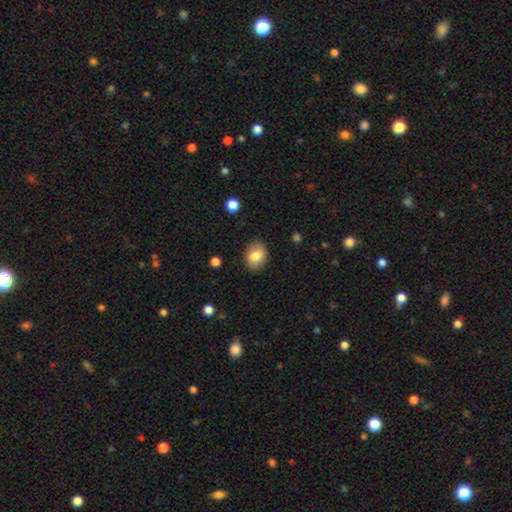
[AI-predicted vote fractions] This appears to be a smooth galaxy with no disk features (81%) that is in between round and cigar-shaped (57%). Merging: none (85%).